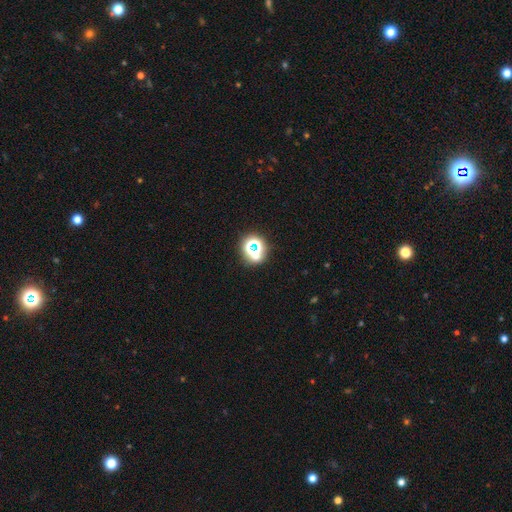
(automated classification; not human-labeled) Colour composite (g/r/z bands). It shows a star or artifact, not a galaxy (57%).